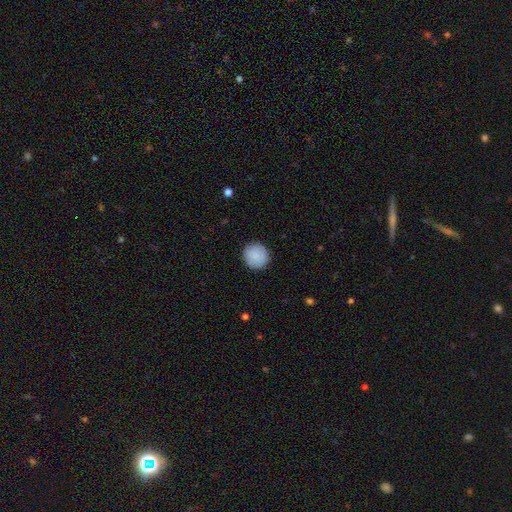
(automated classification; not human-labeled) Smooth or featured?
  - smooth: 90% *
  - star or artifact: 7%
  - featured or disk: 4%
How rounded?
  - round: 93% *
  - in between: 6%
  - cigar-shaped: 1%
Merging?
  - none: 91% *
  - minor disturbance: 6%
  - major disturbance: 2%
  - merger: 1%